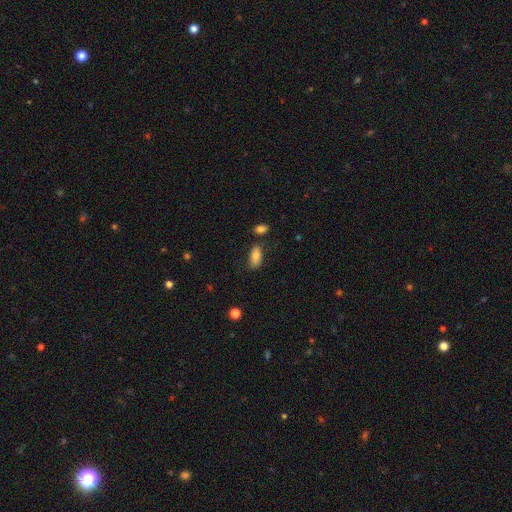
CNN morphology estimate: This appears to be a smooth galaxy with no disk features (80%) that is in between round and cigar-shaped (87%). Merging: none (72%).